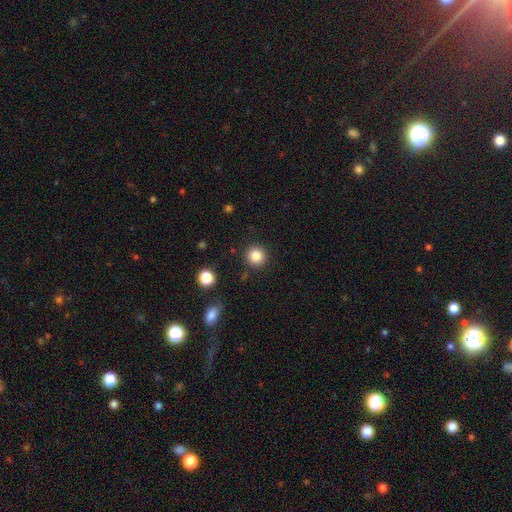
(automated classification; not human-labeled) Morphology: type=smooth (84%); roundness=round (93%); merging=none (90%).